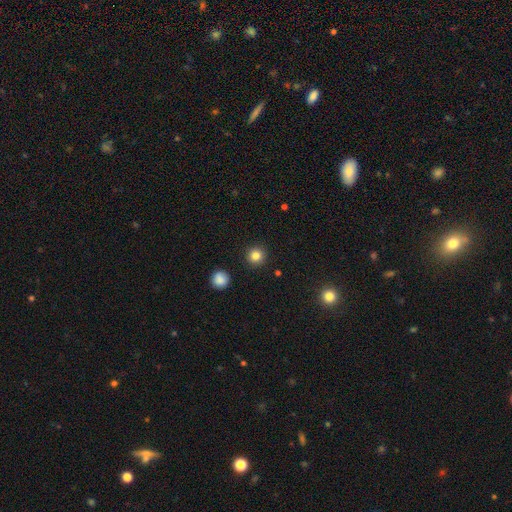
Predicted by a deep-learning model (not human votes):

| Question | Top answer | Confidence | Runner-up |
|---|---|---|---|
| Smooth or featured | smooth | 83% | star or artifact (12%) |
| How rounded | round | 95% | in between (4%) |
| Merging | none | 92% | minor disturbance (5%) |